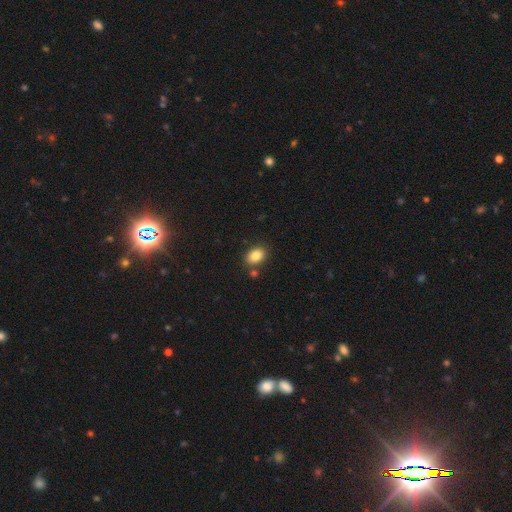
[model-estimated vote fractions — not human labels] smooth 86%, star or artifact 9%, featured or disk 6%. Down the decision tree: how rounded — in between (82%); merging — none (79%).